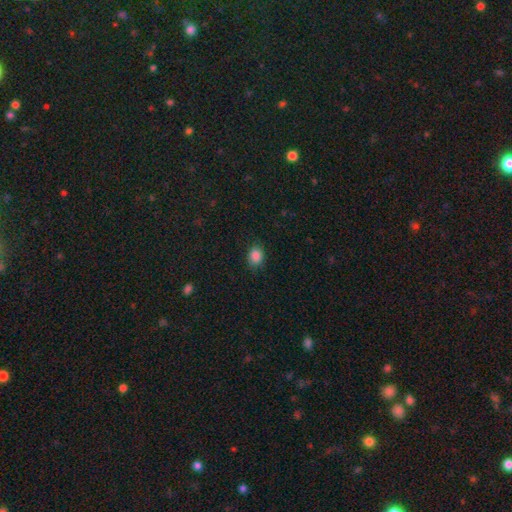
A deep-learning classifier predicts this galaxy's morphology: Overall: smooth (86%). How rounded: in between (50%; round 49%). Merging: none (84%).